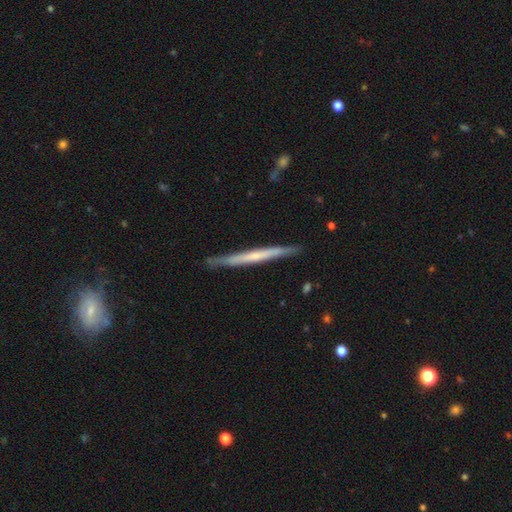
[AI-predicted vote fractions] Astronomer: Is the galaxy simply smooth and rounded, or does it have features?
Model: featured or disk — 57% (runner-up: smooth, 38%).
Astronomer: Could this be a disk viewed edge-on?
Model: yes — 96%.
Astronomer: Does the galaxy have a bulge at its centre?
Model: none — 71%.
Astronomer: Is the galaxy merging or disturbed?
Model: none — 87%.